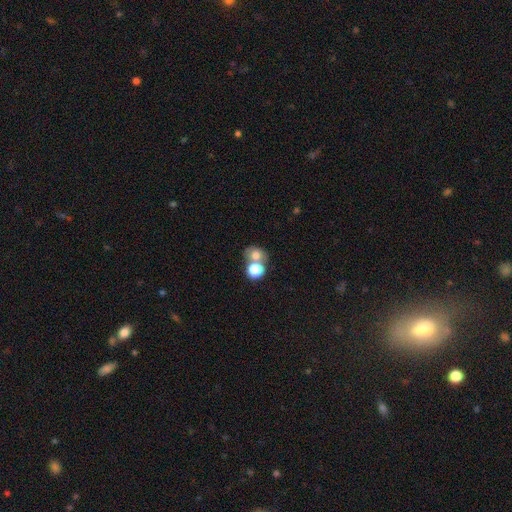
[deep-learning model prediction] smooth_or_featured: smooth (p=0.71) [alt: star or artifact p=0.15]
how_rounded: round (p=0.64) [alt: in between p=0.35]
merging: merger (p=0.47) [alt: none p=0.40]